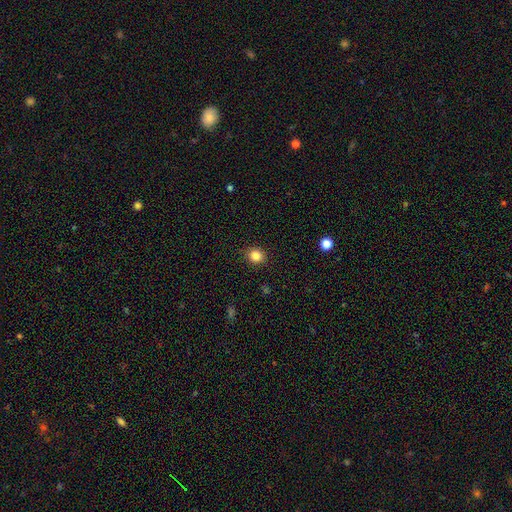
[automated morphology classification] smooth-or-featured: smooth: 84% | star or artifact: 11% | featured or disk: 5%
  how-rounded: round: 80% | in between: 19% | cigar-shaped: 1%
  merging: none: 90% | minor disturbance: 7% | major disturbance: 2% | merger: 1%